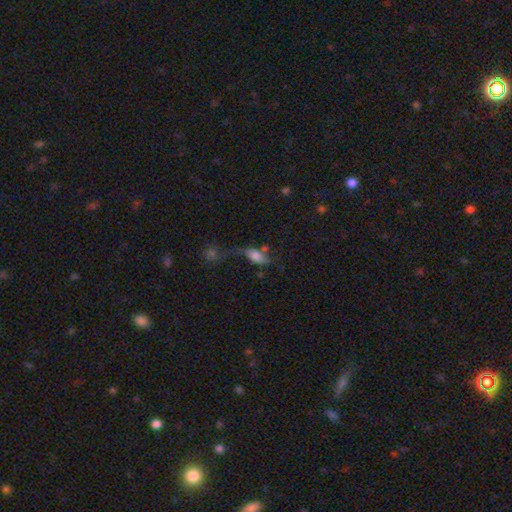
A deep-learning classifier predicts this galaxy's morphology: This appears to be a smooth galaxy with no disk features (59%) that is in between round and cigar-shaped (81%). Merging: major disturbance (34%).